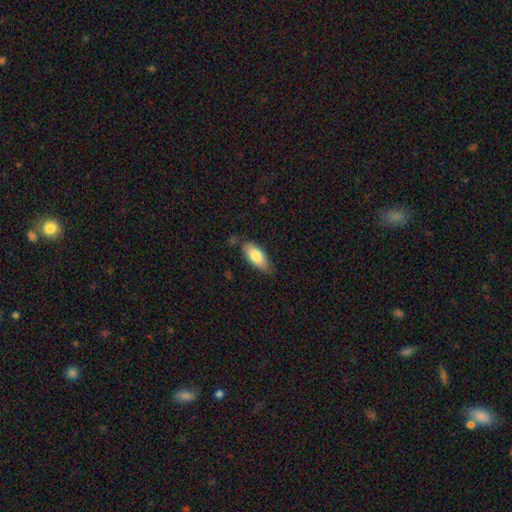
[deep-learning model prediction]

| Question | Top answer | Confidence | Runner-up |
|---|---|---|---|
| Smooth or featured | smooth | 79% | featured or disk (14%) |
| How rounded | in between | 83% | cigar-shaped (15%) |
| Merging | none | 72% | minor disturbance (21%) |